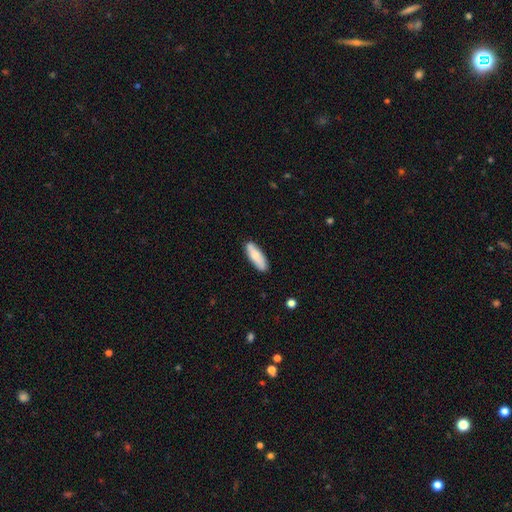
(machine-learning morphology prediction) smooth 74%, featured or disk 20%, star or artifact 6%. Down the decision tree: how rounded — in between (52%); merging — none (86%).